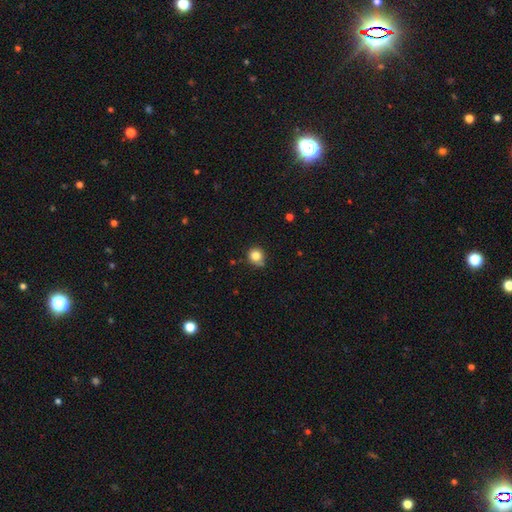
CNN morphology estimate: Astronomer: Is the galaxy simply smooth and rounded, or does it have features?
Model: smooth — 82%.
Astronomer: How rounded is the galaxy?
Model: round — 88%.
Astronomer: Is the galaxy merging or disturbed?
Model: none — 72%.